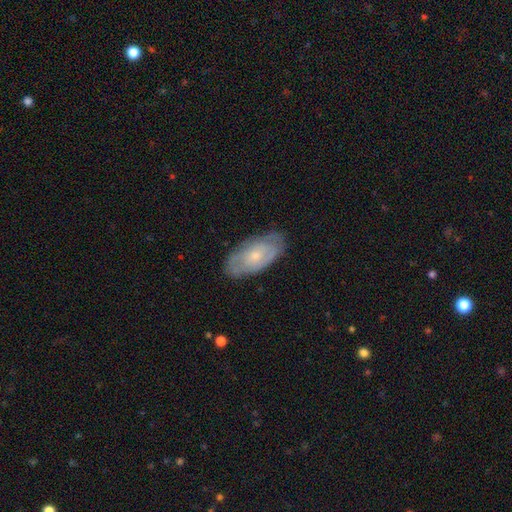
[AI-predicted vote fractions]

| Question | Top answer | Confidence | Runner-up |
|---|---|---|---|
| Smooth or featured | featured or disk | 56% | smooth (38%) |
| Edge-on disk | no | 90% | yes (10%) |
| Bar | no | 81% | weak (16%) |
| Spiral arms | yes | 61% | no (39%) |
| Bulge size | small | 62% | moderate (33%) |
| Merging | none | 76% | minor disturbance (19%) |